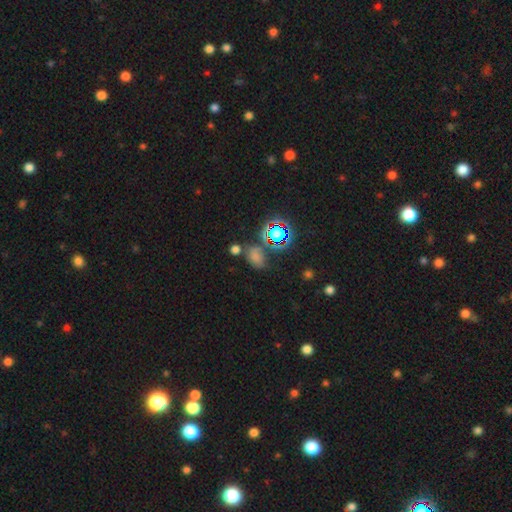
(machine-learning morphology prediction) This appears to be a smooth galaxy with no disk features (54%) that is in between round and cigar-shaped (71%). Merging: none (54%).